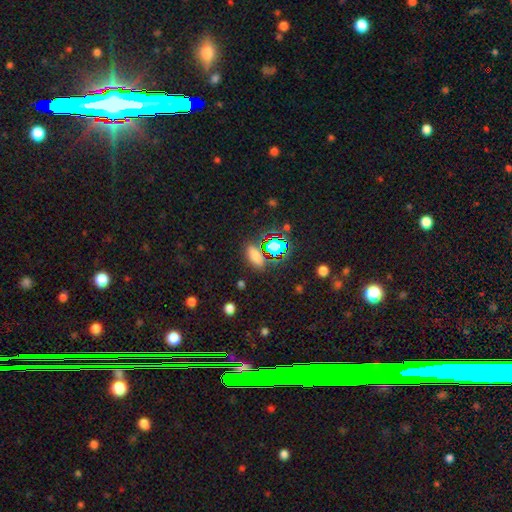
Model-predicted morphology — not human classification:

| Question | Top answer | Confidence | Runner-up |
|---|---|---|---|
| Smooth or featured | smooth | 66% | star or artifact (26%) |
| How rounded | in between | 79% | round (11%) |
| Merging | none | 79% | minor disturbance (11%) |